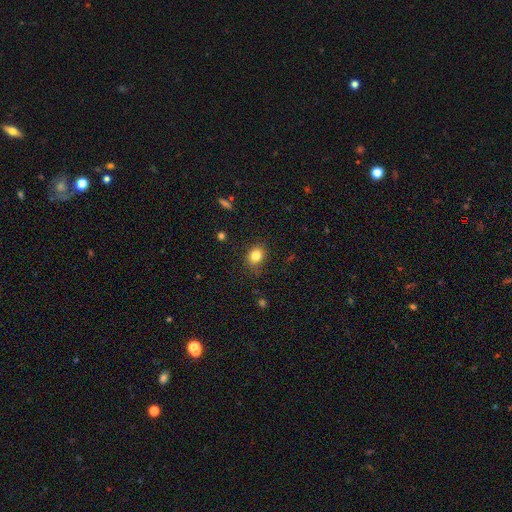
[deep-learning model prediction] Smooth or featured? Predicted: smooth (p=0.83). How rounded? Predicted: round (p=0.56). Merging? Predicted: none (p=0.81).